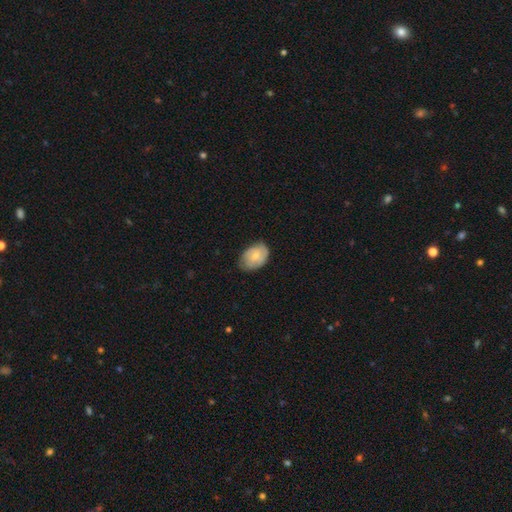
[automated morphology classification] Smooth or featured? Predicted: smooth (p=0.61). How rounded? Predicted: in between (p=0.80). Merging? Predicted: none (p=0.68).